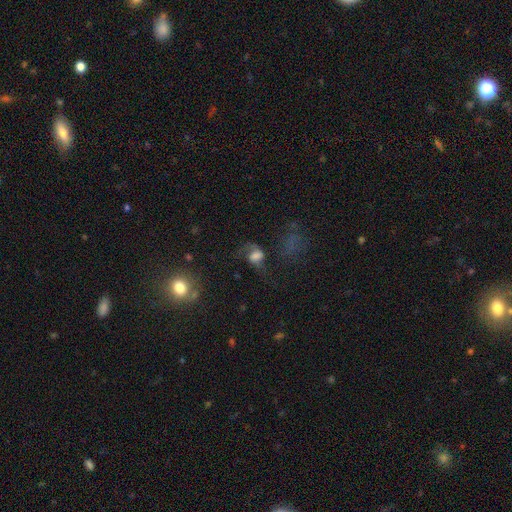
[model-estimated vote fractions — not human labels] This is marginally a featured or disk galaxy (44%). Merging: marginally major disturbance (41%).